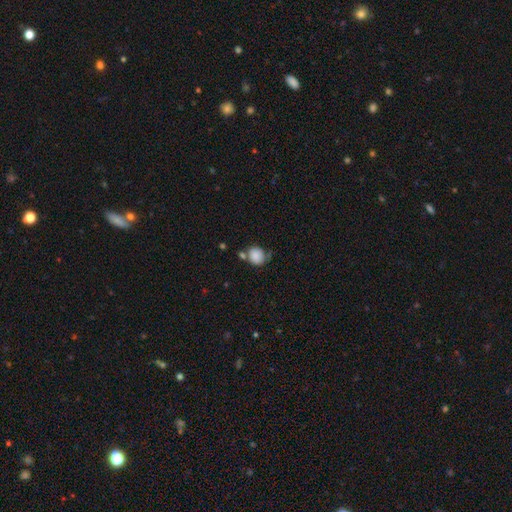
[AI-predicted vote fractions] Q: Smooth or featured?
A: smooth (83%); runner-up: star or artifact (9%)
Q: How rounded?
A: round (69%); runner-up: in between (30%)
Q: Merging?
A: none (52%); runner-up: merger (22%)